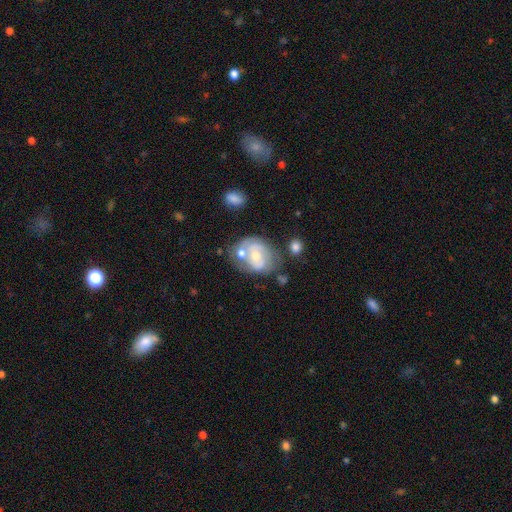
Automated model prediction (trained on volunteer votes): Smooth or featured?
  - featured or disk: 67% *
  - smooth: 26%
  - star or artifact: 7%
Edge-on disk?
  - no: 97% *
  - yes: 3%
Bar?
  - no: 62% *
  - weak: 31%
  - strong: 7%
Spiral arms?
  - yes: 73% *
  - no: 27%
Bulge size?
  - moderate: 59% *
  - small: 34%
  - large: 4%
  - none: 2%
  - dominant: 1%
Merging?
  - none: 40% *
  - merger: 28%
  - minor disturbance: 21%
  - major disturbance: 11%